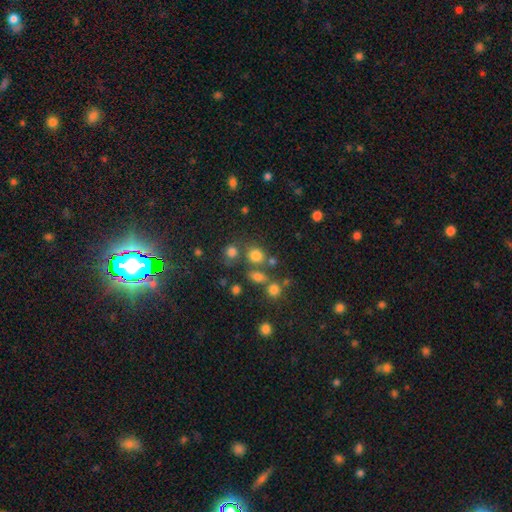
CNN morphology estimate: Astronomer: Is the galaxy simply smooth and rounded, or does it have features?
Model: smooth — 75%.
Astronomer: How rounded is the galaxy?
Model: round — 75%.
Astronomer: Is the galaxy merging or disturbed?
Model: none — 66%.